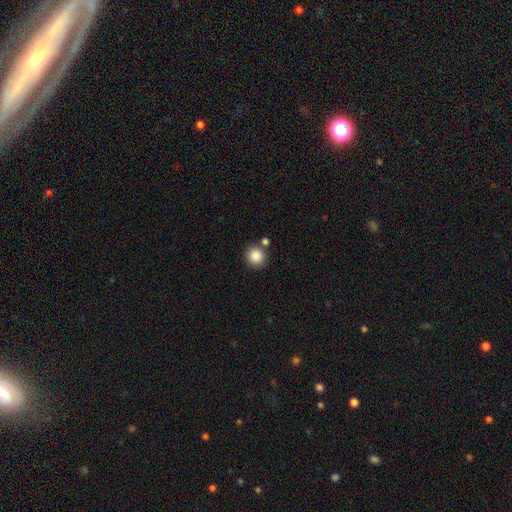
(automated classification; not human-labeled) The model was most divided on "merging": none: 76%, merger: 12%, minor disturbance: 9%, major disturbance: 3%. More confident: how rounded — round (91%); smooth or featured — smooth (88%).